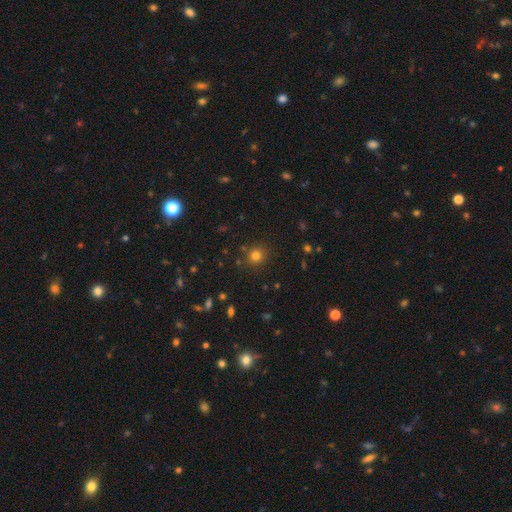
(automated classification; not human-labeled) Overall: smooth (77%). How rounded: round (90%). Merging: none (86%).